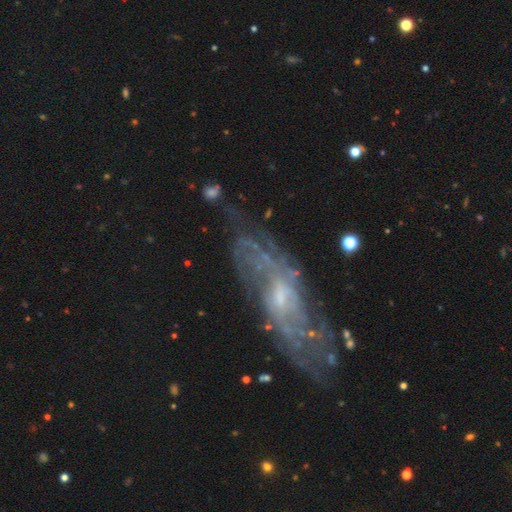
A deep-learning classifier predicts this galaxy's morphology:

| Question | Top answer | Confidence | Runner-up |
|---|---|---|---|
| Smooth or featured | featured or disk | 80% | smooth (11%) |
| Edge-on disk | no | 82% | yes (18%) |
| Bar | no | 50% | weak (41%) |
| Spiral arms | yes | 86% | no (14%) |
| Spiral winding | tight | 42% | medium (38%) |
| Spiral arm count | can't tell | 53% | 2 (22%) |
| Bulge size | small | 55% | moderate (34%) |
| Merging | none | 69% | minor disturbance (18%) |